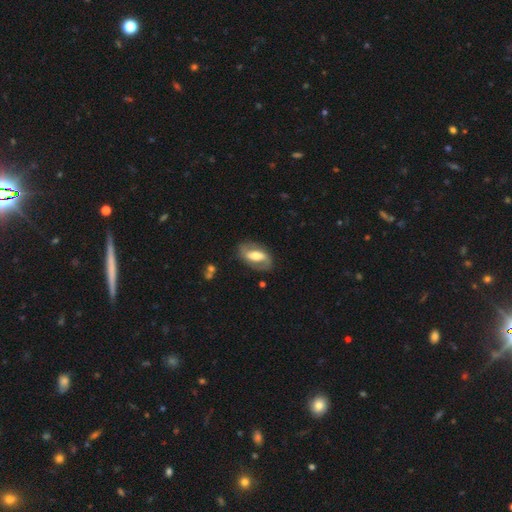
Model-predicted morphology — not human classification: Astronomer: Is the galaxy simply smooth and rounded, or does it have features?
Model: featured or disk — 70%.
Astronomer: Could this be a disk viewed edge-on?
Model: no — 92%.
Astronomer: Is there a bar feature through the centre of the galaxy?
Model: strong — 47% (runner-up: weak, 33%).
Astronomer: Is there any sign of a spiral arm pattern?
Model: yes — 79%.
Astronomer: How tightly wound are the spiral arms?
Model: medium — 41% (runner-up: loose, 37%).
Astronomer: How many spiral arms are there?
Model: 2 — 87%.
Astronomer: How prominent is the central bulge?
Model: moderate — 61%.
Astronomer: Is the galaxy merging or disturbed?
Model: none — 79%.